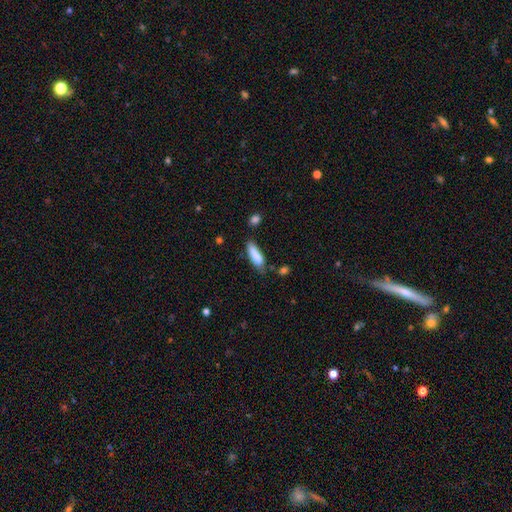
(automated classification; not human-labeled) Smooth or featured?
  - smooth: 84% *
  - featured or disk: 9%
  - star or artifact: 7%
How rounded?
  - cigar-shaped: 54% *
  - in between: 44%
  - round: 2%
Merging?
  - none: 63% *
  - minor disturbance: 26%
  - major disturbance: 6%
  - merger: 5%